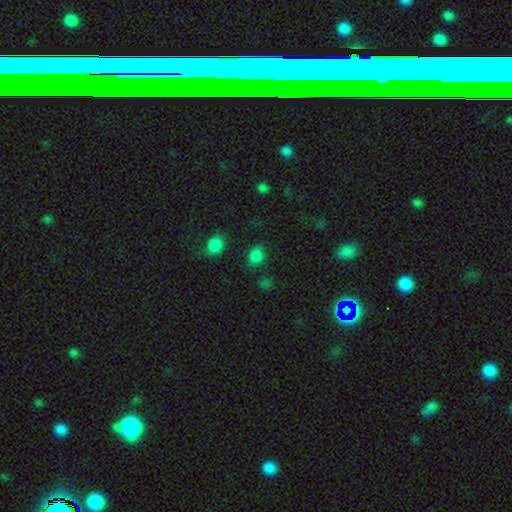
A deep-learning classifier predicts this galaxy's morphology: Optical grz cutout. It shows a smooth galaxy with no disk features (79%) that is in between round and cigar-shaped (61%). Merging: none (78%).